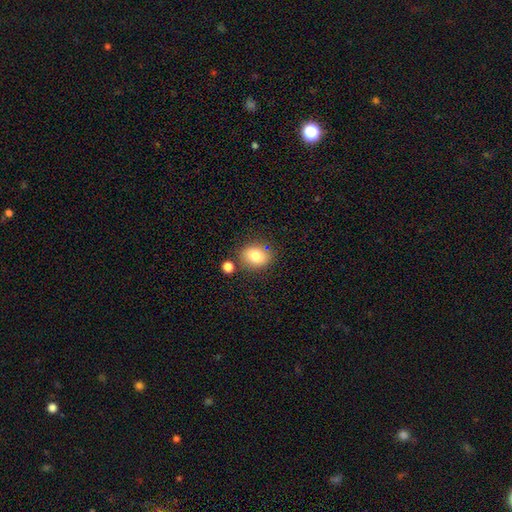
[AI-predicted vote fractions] smooth-or-featured: smooth: 80% | star or artifact: 10% | featured or disk: 10%
  how-rounded: in between: 51% | round: 48% | cigar-shaped: 1%
  merging: none: 76% | minor disturbance: 13% | merger: 8% | major disturbance: 3%